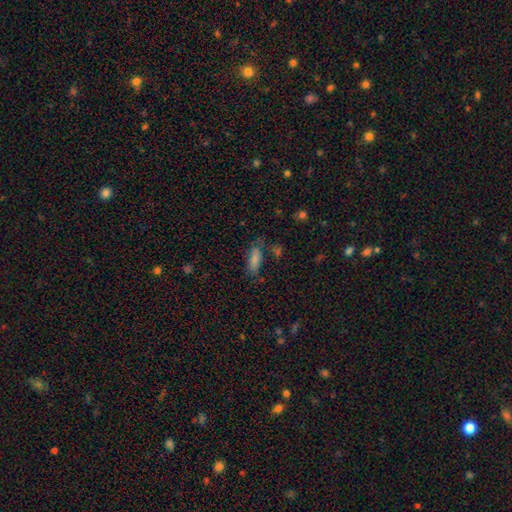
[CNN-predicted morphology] This appears to be a smooth galaxy with no disk features (66%) that is in between round and cigar-shaped (67%). Merging: none (65%).